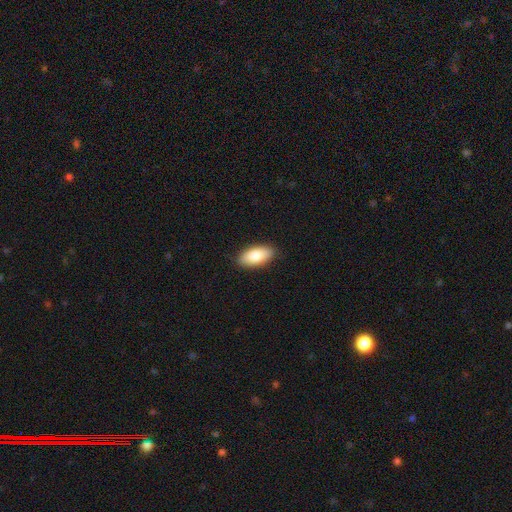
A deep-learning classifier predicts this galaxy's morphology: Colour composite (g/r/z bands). It shows a smooth galaxy with no disk features (85%) that is in between round and cigar-shaped (91%). Merging: none (88%).